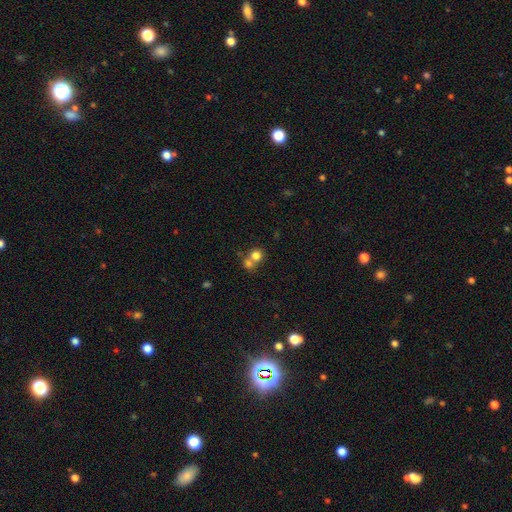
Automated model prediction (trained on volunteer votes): A smooth galaxy with no disk features (76%) that is round (81%). Merging: merger (49%).